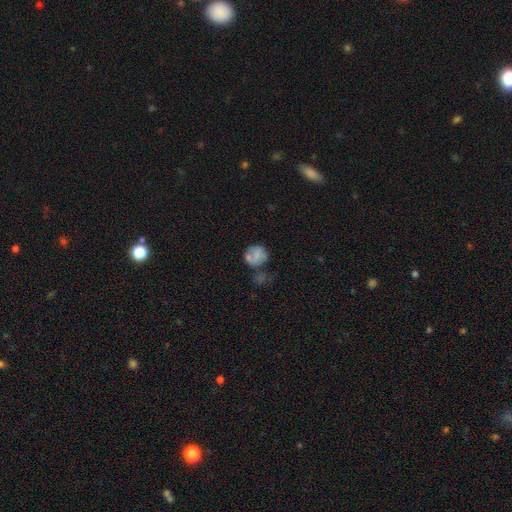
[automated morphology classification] smooth-or-featured: smooth: 65% | featured or disk: 25% | star or artifact: 10%
  how-rounded: round: 77% | in between: 22% | cigar-shaped: 1%
  merging: none: 46% | minor disturbance: 22% | merger: 20% | major disturbance: 12%